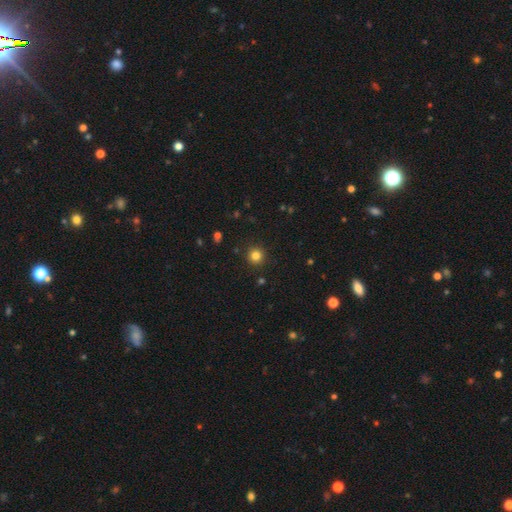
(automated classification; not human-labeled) This is clearly a smooth galaxy (82%). How rounded: clearly round (95%). Merging: clearly none (92%).